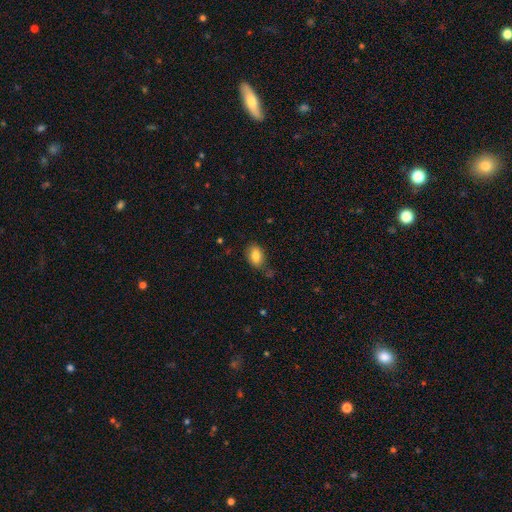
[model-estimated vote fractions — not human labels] Overall: smooth (84%). How rounded: in between (86%). Merging: none (75%).